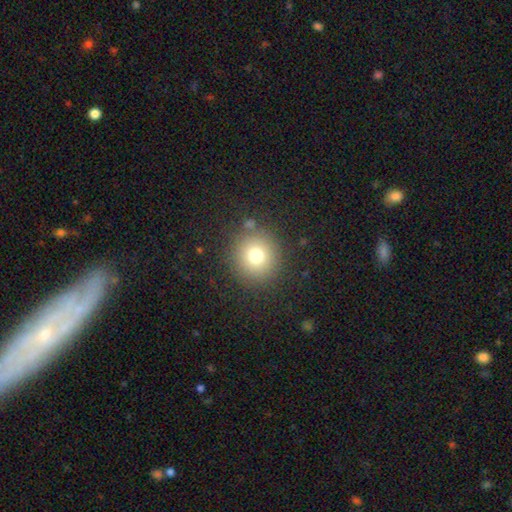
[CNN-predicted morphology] The model was most divided on "smooth or featured": smooth: 75%, star or artifact: 15%, featured or disk: 10%. More confident: how rounded — round (93%); merging — none (86%).